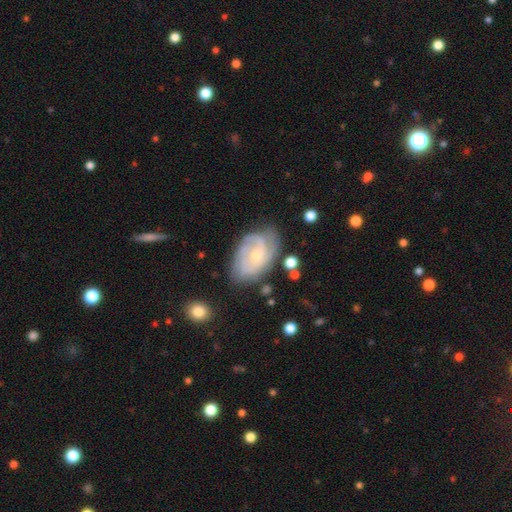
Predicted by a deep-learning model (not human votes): featured or disk 78%, smooth 16%, star or artifact 6%. Down the decision tree: edge-on disk — no (97%); bar — no (67%); spiral arms — yes (93%); spiral arm count — can't tell (34%); spiral winding — tight (54%); bulge size — small (68%); merging — none (67%).